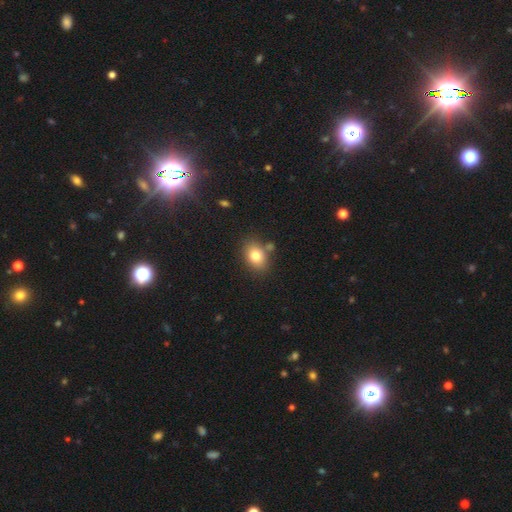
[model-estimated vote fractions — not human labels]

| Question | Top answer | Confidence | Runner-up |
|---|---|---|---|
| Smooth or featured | smooth | 80% | featured or disk (10%) |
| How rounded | in between | 69% | round (30%) |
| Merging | none | 73% | minor disturbance (14%) |